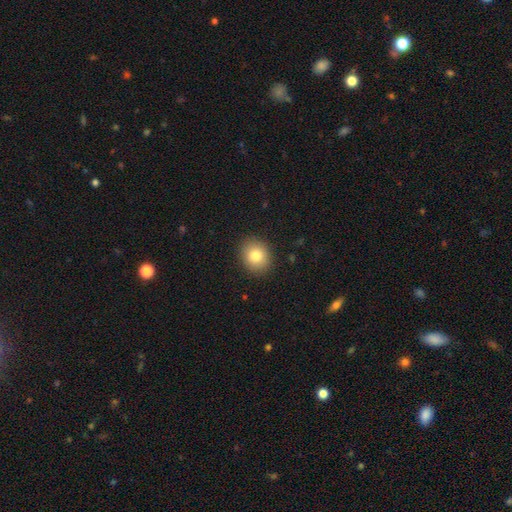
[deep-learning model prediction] Smooth or featured? smooth (82%)
How rounded? round (69%)
Merging? none (90%)